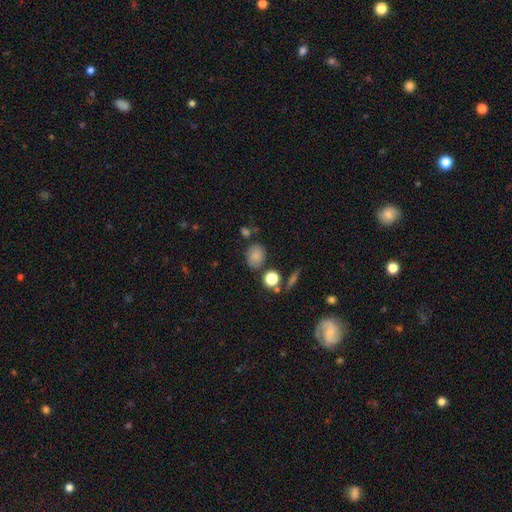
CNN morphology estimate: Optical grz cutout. It shows a smooth galaxy with no disk features (81%) that is round (53%). Merging: none (74%).